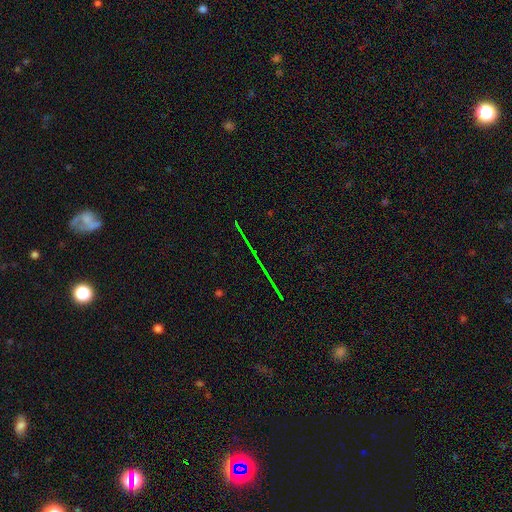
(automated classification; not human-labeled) This appears to be a star or artifact, not a galaxy (79%).